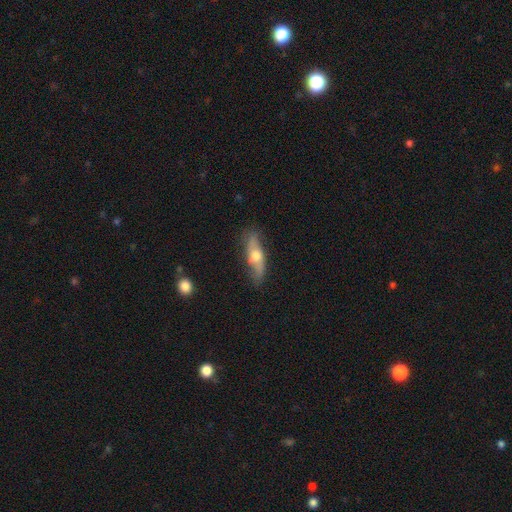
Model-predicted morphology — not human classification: smooth-or-featured: featured or disk: 51% | smooth: 42% | star or artifact: 6%
  disk-edge-on: yes: 58% | no: 42%
  merging: none: 78% | minor disturbance: 17% | major disturbance: 4% | merger: 2%